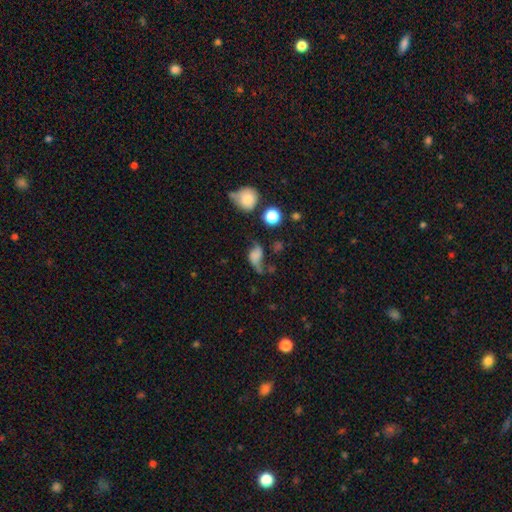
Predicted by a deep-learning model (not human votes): A smooth galaxy with no disk features (48%).

Vote fractions:
- Smooth or featured? smooth: 48% / featured or disk: 37% / star or artifact: 15%
- Merging? none: 34% / major disturbance: 30% / minor disturbance: 24% / merger: 11%